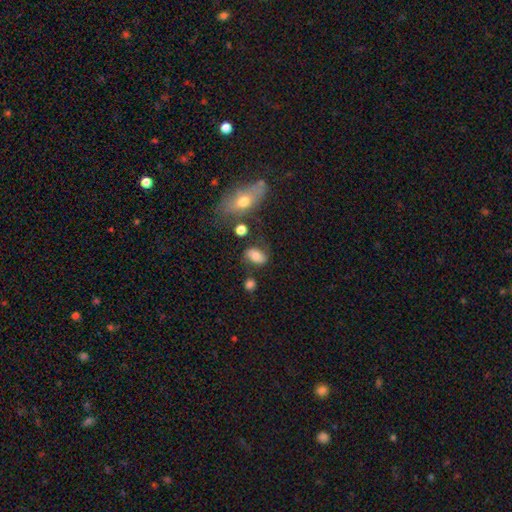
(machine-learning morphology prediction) smooth 71%, featured or disk 19%, star or artifact 10%. Down the decision tree: how rounded — in between (83%); merging — none (63%).